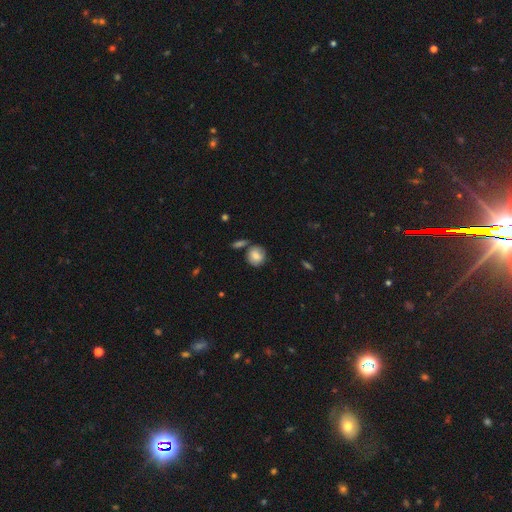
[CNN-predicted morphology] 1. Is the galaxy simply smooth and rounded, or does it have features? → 80% smooth, 12% featured or disk, 8% star or artifact.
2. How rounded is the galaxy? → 82% round, 17% in between, 1% cigar-shaped.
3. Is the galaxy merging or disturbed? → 70% none, 15% minor disturbance, 12% merger, 4% major disturbance.